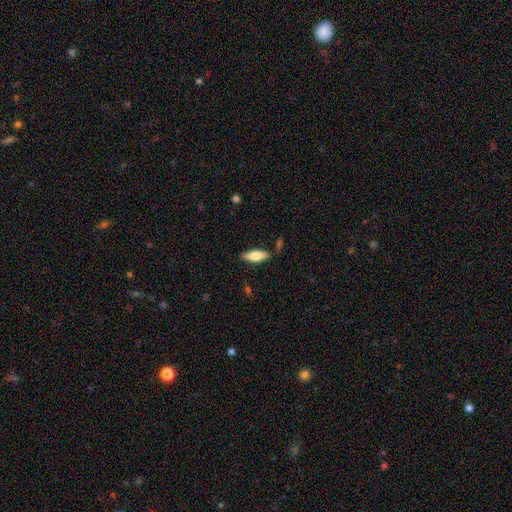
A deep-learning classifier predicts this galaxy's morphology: smooth-or-featured: smooth: 72% | featured or disk: 23% | star or artifact: 6%
  how-rounded: in between: 64% | cigar-shaped: 35% | round: 2%
  merging: none: 83% | minor disturbance: 12% | merger: 3% | major disturbance: 2%